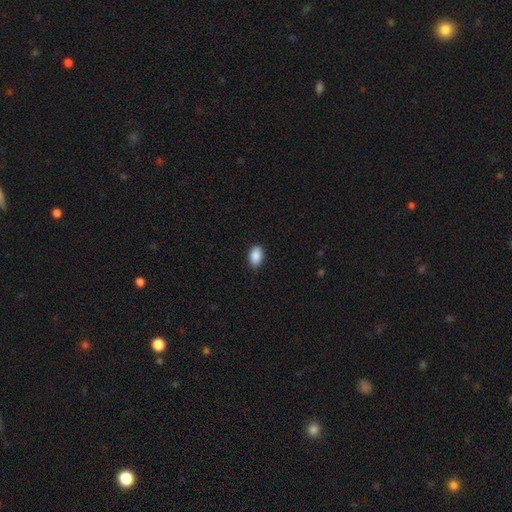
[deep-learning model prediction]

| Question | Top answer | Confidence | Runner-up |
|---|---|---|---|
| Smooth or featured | smooth | 90% | star or artifact (7%) |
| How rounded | in between | 91% | round (8%) |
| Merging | none | 87% | minor disturbance (10%) |